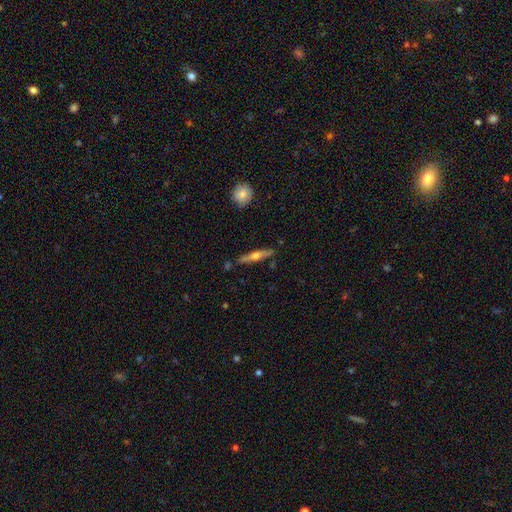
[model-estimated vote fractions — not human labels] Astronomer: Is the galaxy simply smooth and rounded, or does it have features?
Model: featured or disk — 57% (runner-up: smooth, 37%).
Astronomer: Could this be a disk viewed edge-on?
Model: yes — 95%.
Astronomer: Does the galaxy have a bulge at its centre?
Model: rounded — 91%.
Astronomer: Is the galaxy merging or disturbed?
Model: none — 85%.